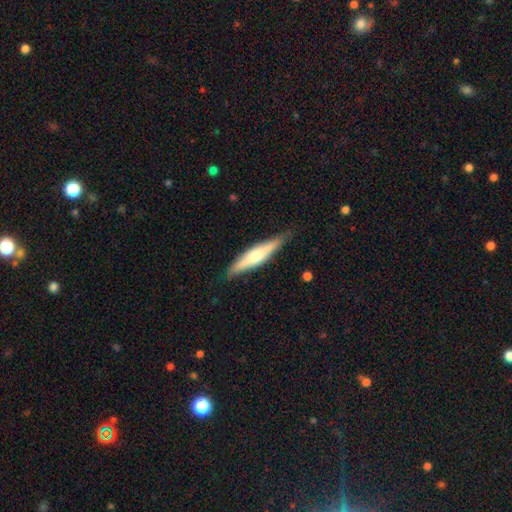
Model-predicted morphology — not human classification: smooth-or-featured: featured or disk: 53% | smooth: 42% | star or artifact: 6%
  disk-edge-on: yes: 92% | no: 8%
  merging: none: 85% | minor disturbance: 12% | major disturbance: 2% | merger: 1%